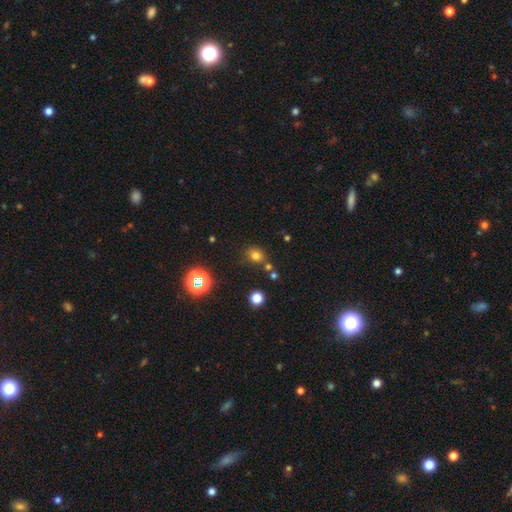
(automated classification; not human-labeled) smooth 71%, star or artifact 22%, featured or disk 8%. Down the decision tree: how rounded — round (64%); merging — none (73%).